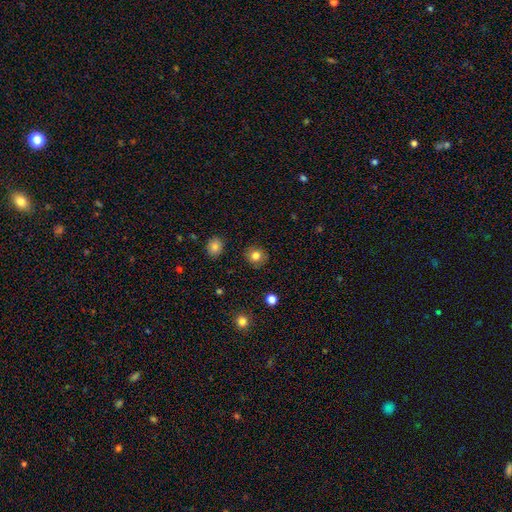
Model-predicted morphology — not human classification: The model was most divided on "smooth or featured": smooth: 81%, star or artifact: 11%, featured or disk: 8%. More confident: how rounded — round (89%); merging — none (88%).